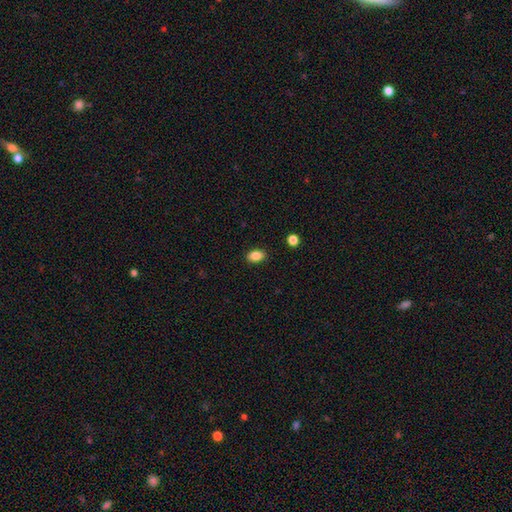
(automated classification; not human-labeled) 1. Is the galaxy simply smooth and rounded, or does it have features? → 86% smooth, 9% star or artifact, 5% featured or disk.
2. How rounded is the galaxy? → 85% in between, 13% round, 2% cigar-shaped.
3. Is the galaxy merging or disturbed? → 88% none, 8% minor disturbance, 2% major disturbance, 1% merger.